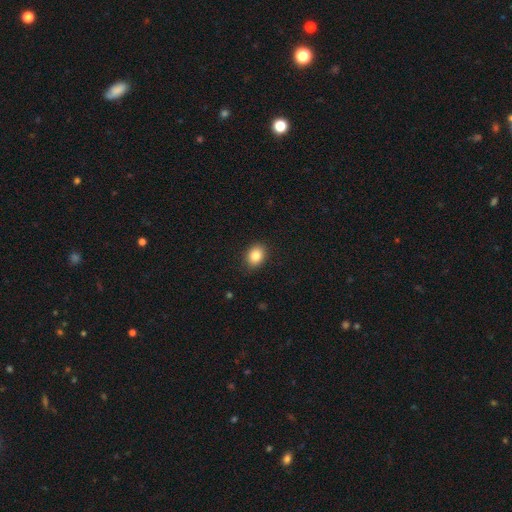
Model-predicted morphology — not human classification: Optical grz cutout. It shows a smooth galaxy with no disk features (84%) that is in between round and cigar-shaped (61%). Merging: none (88%).